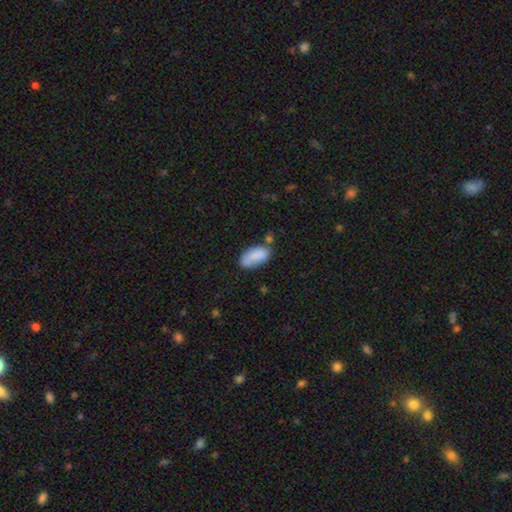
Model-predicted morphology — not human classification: smooth 80%, featured or disk 12%, star or artifact 8%. Down the decision tree: how rounded — in between (92%); merging — none (52%).